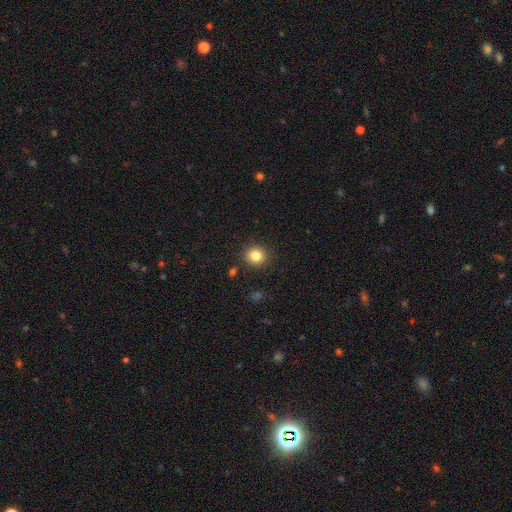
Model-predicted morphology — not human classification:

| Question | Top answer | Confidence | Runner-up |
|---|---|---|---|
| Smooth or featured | smooth | 83% | star or artifact (11%) |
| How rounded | round | 88% | in between (11%) |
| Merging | none | 90% | minor disturbance (6%) |